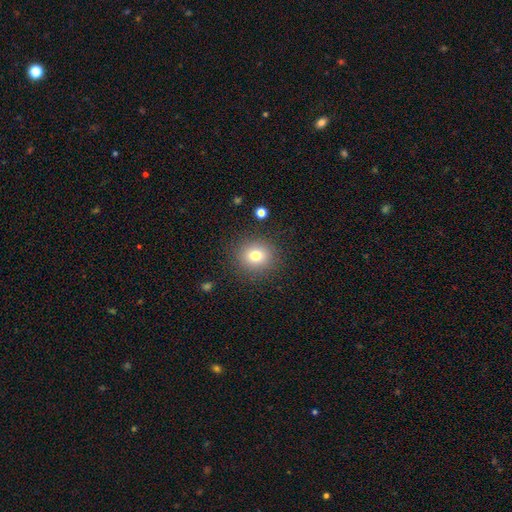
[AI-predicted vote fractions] Overall: smooth (77%). How rounded: round (86%). Merging: none (87%).